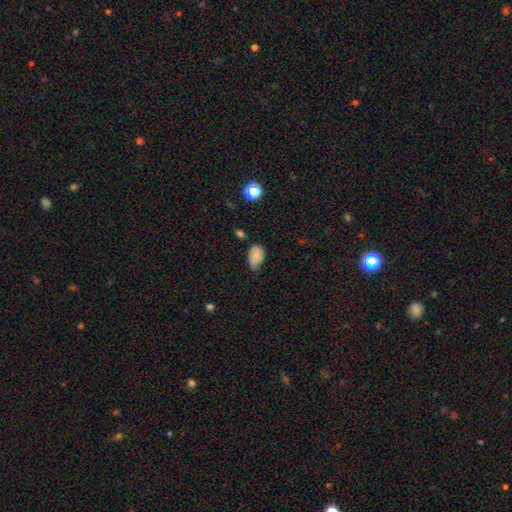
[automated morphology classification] This is clearly a smooth galaxy (80%). How rounded: clearly in between (86%). Merging: possibly minor disturbance (47%).